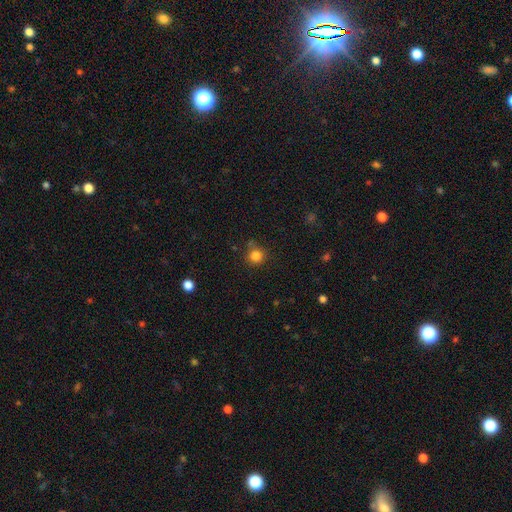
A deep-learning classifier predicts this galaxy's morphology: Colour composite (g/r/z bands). It shows a smooth galaxy with no disk features (82%) that is round (93%). Merging: none (80%).